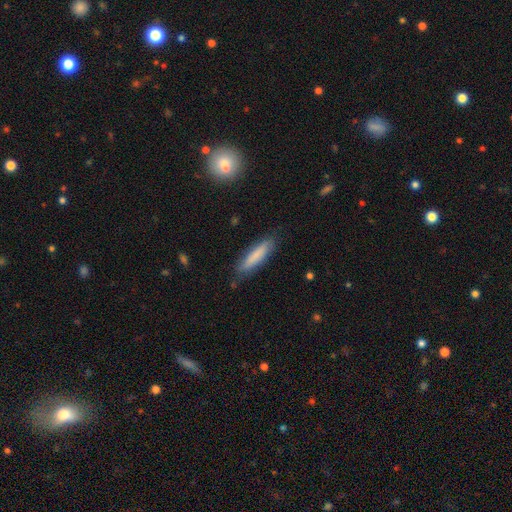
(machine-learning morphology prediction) This appears to be a smooth galaxy with no disk features (79%) that is cigar-shaped (81%). Merging: none (84%).